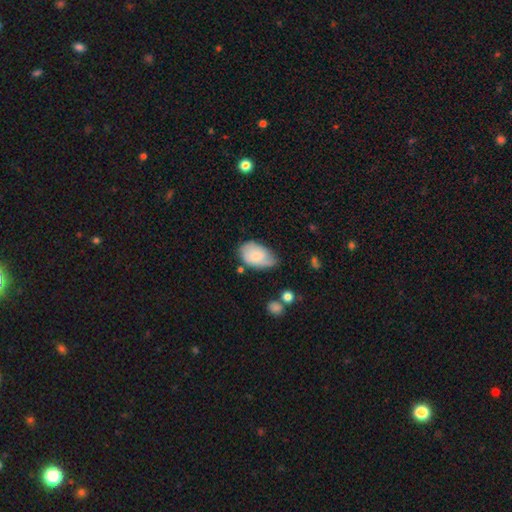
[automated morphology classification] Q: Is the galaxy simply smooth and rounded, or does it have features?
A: smooth — 70%.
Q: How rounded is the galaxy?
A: in between — 91%.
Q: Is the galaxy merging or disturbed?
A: none — 45%.